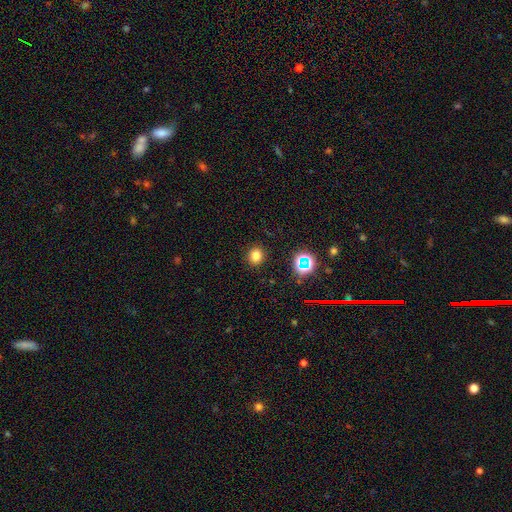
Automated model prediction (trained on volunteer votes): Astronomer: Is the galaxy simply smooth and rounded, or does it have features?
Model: smooth — 77%.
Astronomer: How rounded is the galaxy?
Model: round — 86%.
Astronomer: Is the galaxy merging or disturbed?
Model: none — 90%.